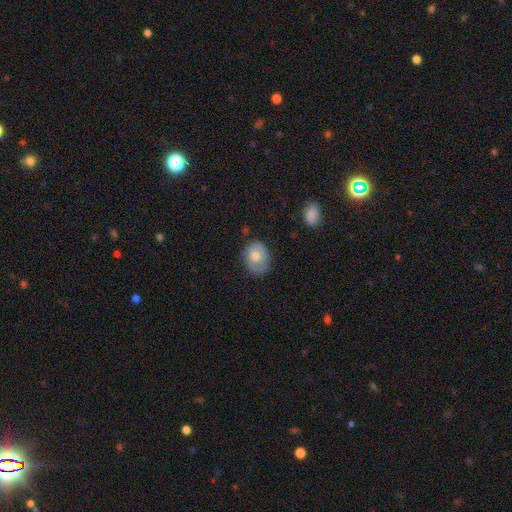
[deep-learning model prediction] This is likely a smooth galaxy (62%). How rounded: possibly round (54%). Merging: likely none (68%).